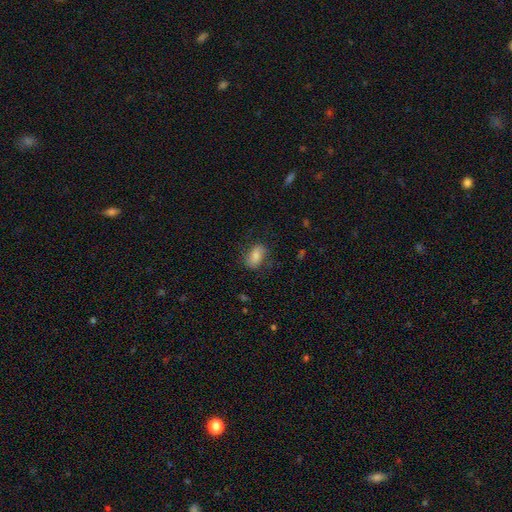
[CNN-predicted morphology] Smooth or featured: smooth — 79% (featured or disk — 13%)
How rounded: in between — 89% (round — 8%)
Merging: none — 72% (minor disturbance — 20%)